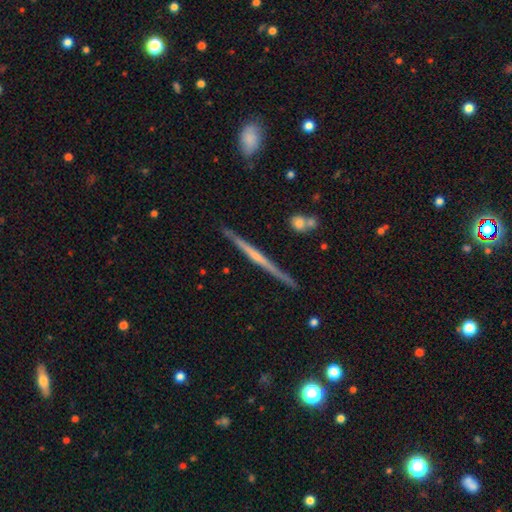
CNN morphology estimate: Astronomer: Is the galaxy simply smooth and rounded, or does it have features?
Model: featured or disk — 72%.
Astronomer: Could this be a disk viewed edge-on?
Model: yes — 98%.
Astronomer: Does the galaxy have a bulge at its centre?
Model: none — 59%.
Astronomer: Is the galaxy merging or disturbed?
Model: none — 87%.